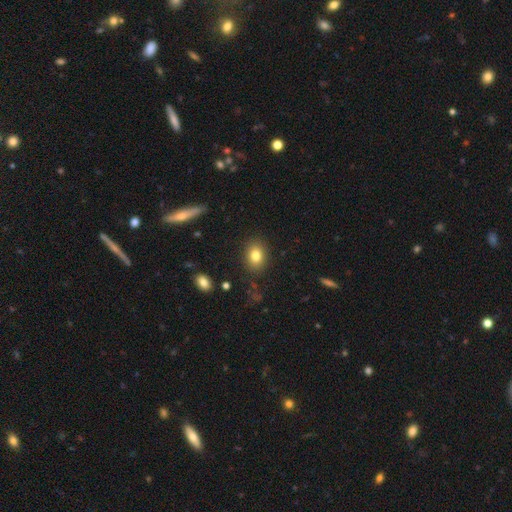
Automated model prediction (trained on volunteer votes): Smooth or featured?
  - smooth: 81% *
  - star or artifact: 10%
  - featured or disk: 9%
How rounded?
  - in between: 63% *
  - round: 35%
  - cigar-shaped: 1%
Merging?
  - none: 87% *
  - minor disturbance: 9%
  - major disturbance: 3%
  - merger: 1%